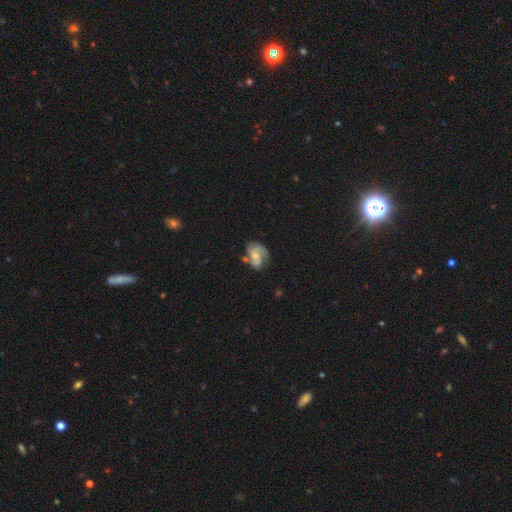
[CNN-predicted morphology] smooth-or-featured: featured or disk: 66% | smooth: 26% | star or artifact: 8%
  disk-edge-on: no: 97% | yes: 3%
    bar: no: 63% | weak: 31% | strong: 6%
    has-spiral-arms: yes: 86% | no: 14%
      spiral-winding: medium: 44% | tight: 34% | loose: 22%
      spiral-arm-count: 2: 51% | can't tell: 18% | 1: 15% | 3: 12% | 4: 2% | more than 4: 2%
    bulge-size: small: 37% | moderate: 36% | none: 17% | large: 7% | dominant: 2%
  merging: none: 46% | minor disturbance: 25% | major disturbance: 18% | merger: 11%